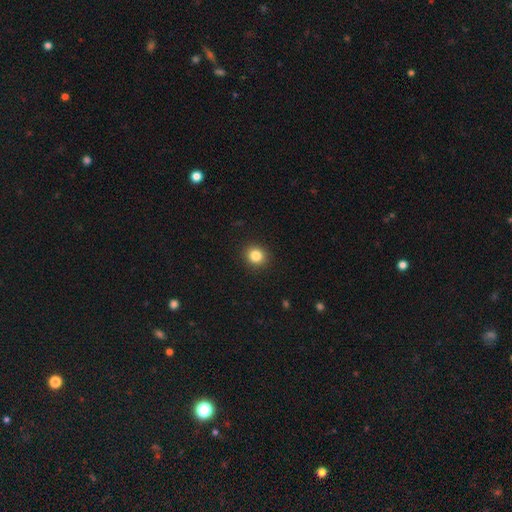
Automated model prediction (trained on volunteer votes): smooth-or-featured: smooth: 84% | star or artifact: 11% | featured or disk: 5%
  how-rounded: round: 82% | in between: 17% | cigar-shaped: 1%
  merging: none: 91% | minor disturbance: 6% | major disturbance: 2% | merger: 1%